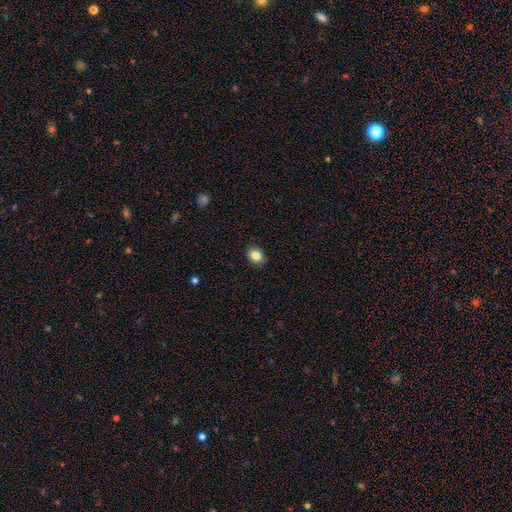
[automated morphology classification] This appears to be a smooth galaxy with no disk features (84%) that is round (57%). Merging: none (89%).